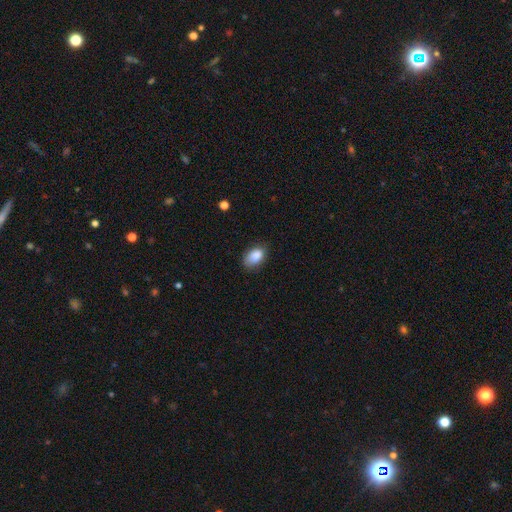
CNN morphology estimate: This is clearly a smooth galaxy (86%). How rounded: clearly in between (90%). Merging: likely none (68%).